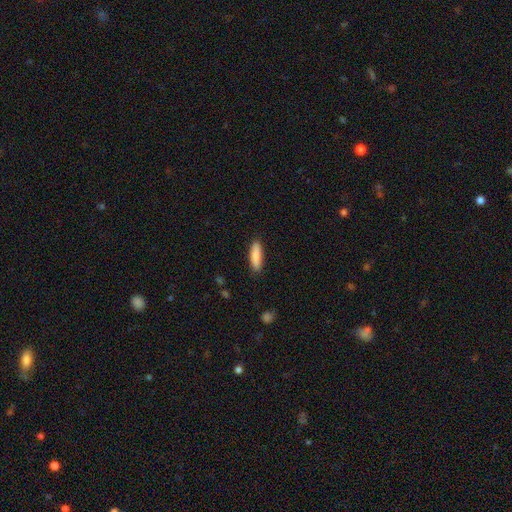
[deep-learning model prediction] smooth_or_featured: smooth (p=0.86) [alt: featured or disk p=0.08]
how_rounded: cigar-shaped (p=0.54) [alt: in between p=0.45]
merging: none (p=0.88) [alt: minor disturbance p=0.09]